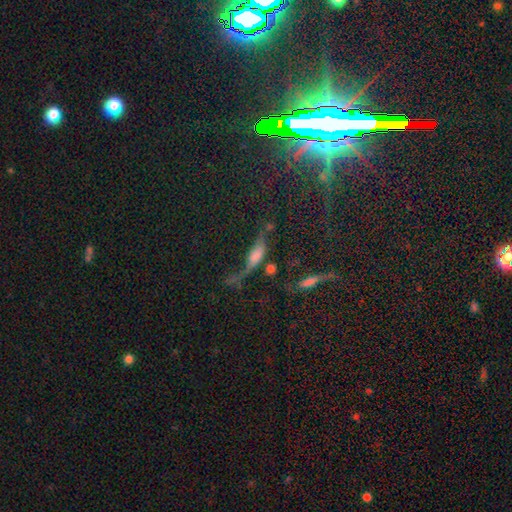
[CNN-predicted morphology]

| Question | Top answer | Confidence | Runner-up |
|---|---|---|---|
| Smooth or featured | featured or disk | 40% | smooth (38%) |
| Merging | none | 41% | major disturbance (24%) |